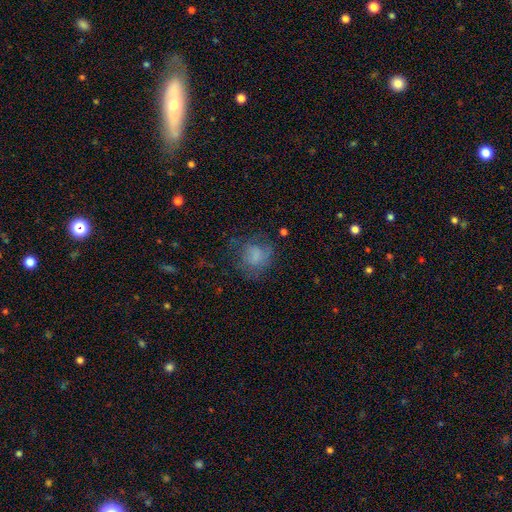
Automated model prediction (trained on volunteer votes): Morphology: type=smooth (61%); roundness=round (69%); merging=none (53%).